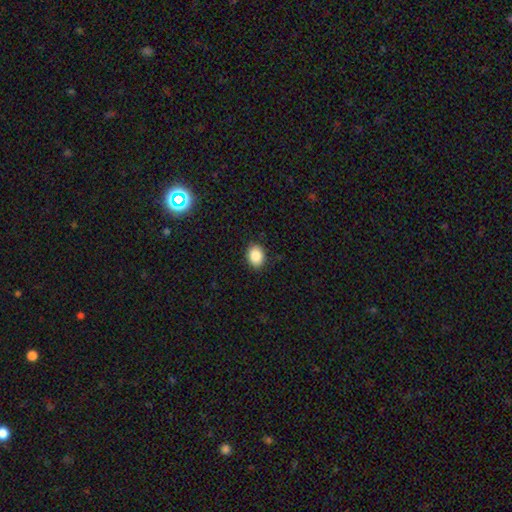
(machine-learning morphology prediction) A smooth galaxy with no disk features (88%) that is in between round and cigar-shaped (59%). Merging: none (89%).